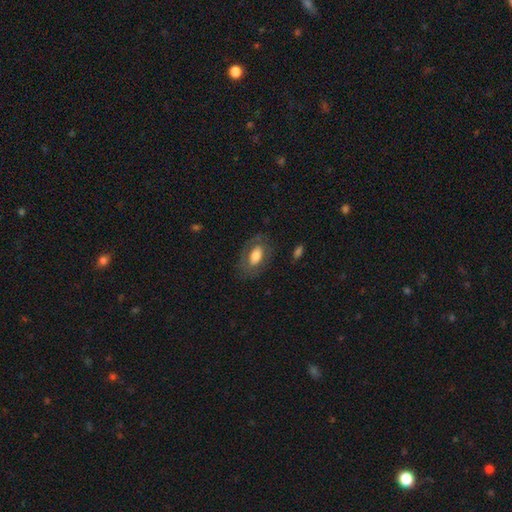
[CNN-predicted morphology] The model was most divided on "smooth or featured": smooth: 60%, featured or disk: 34%, star or artifact: 7%. More confident: how rounded — in between (90%); merging — none (74%).